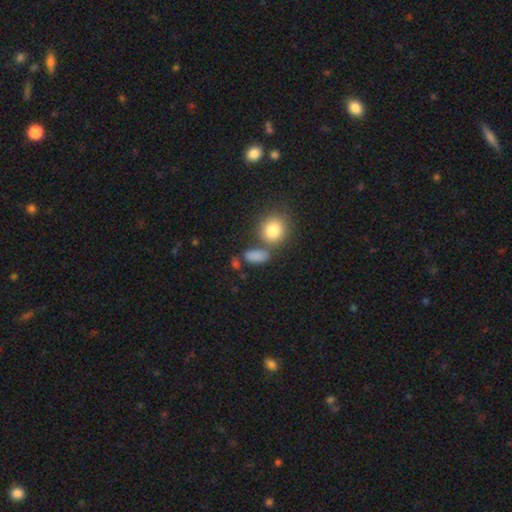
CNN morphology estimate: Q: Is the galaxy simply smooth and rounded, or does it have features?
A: smooth — 82%.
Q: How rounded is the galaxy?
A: in between — 75%.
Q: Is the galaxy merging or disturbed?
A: none — 64%.